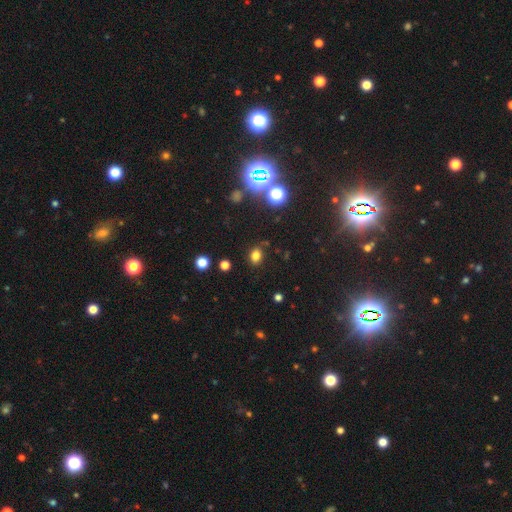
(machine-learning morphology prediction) This appears to be a smooth galaxy with no disk features (75%) that is in between round and cigar-shaped (55%). Merging: none (81%).